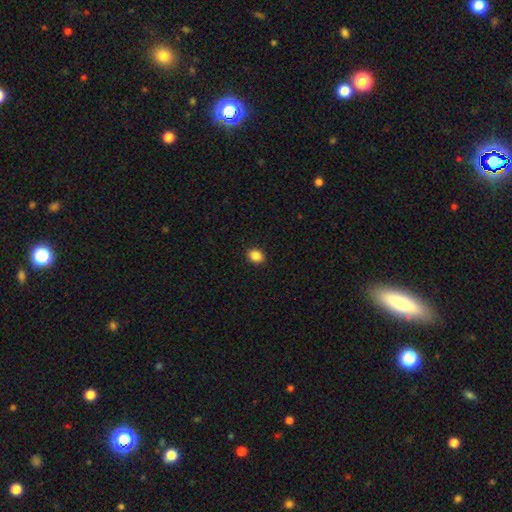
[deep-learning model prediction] smooth-or-featured: smooth: 88% | star or artifact: 9% | featured or disk: 3%
  how-rounded: in between: 55% | round: 44% | cigar-shaped: 1%
  merging: none: 91% | minor disturbance: 7% | major disturbance: 2% | merger: 1%